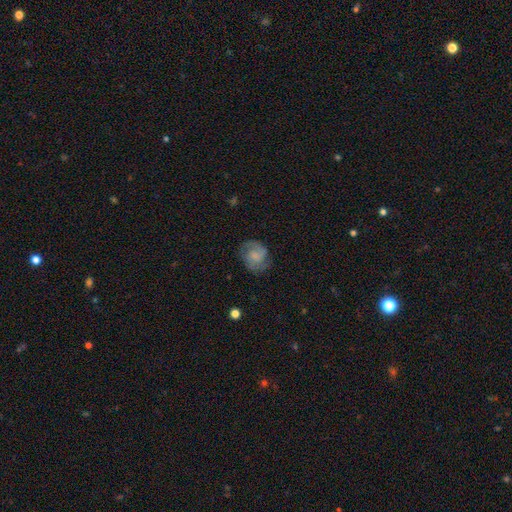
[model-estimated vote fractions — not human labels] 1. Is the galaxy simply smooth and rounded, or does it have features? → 59% featured or disk, 33% smooth, 8% star or artifact.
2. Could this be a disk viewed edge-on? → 98% no, 2% yes.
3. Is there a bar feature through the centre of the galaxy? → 57% no, 37% weak, 7% strong.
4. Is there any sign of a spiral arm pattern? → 90% yes, 10% no.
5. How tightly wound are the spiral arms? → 49% medium, 33% tight, 18% loose.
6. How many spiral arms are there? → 78% 2, 11% can't tell, 5% 3, 3% 1, 2% 4, 2% more than 4.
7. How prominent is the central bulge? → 42% none, 29% small, 19% moderate, 7% large, 2% dominant.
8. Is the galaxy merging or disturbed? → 72% none, 18% minor disturbance, 9% major disturbance, 1% merger.